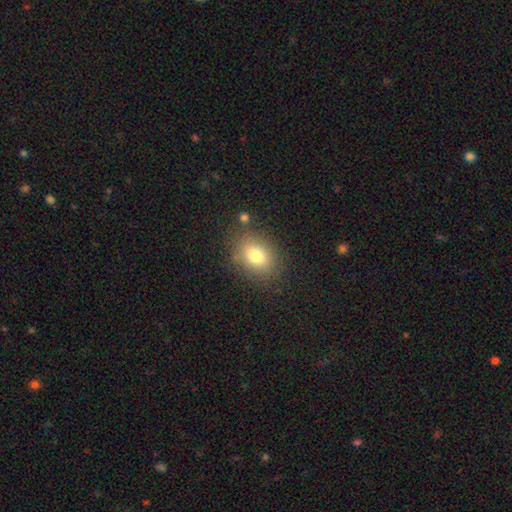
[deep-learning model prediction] smooth 76%, star or artifact 12%, featured or disk 12%. Down the decision tree: how rounded — in between (59%); merging — none (79%).